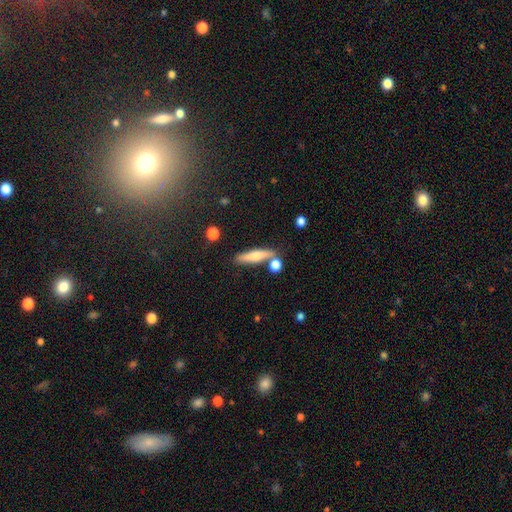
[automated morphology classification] Smooth or featured? Predicted: smooth (p=0.60). How rounded? Predicted: cigar-shaped (p=0.79). Merging? Predicted: none (p=0.74).